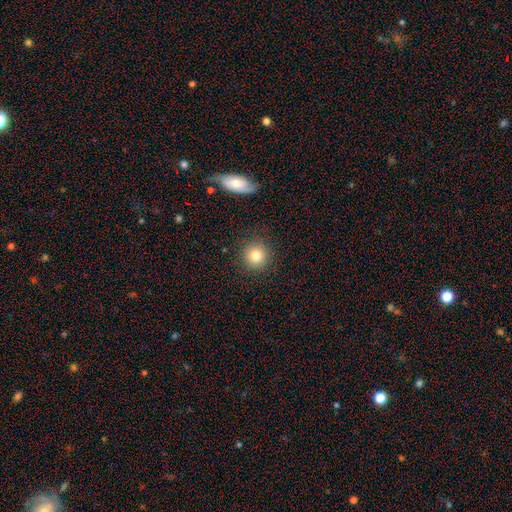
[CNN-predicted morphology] Overall: smooth (80%). How rounded: round (93%). Merging: none (89%).